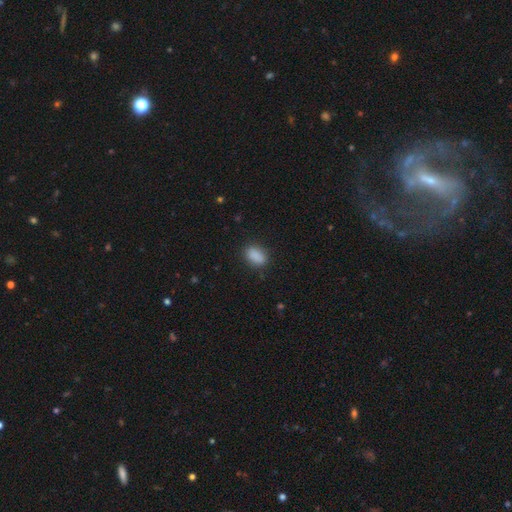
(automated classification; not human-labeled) A smooth galaxy with no disk features (87%) that is in between round and cigar-shaped (86%).

Vote fractions:
- Smooth or featured? smooth: 87% / star or artifact: 9% / featured or disk: 4%
- How rounded? in between: 86% / round: 11% / cigar-shaped: 3%
- Merging? none: 82% / minor disturbance: 13% / major disturbance: 4% / merger: 1%